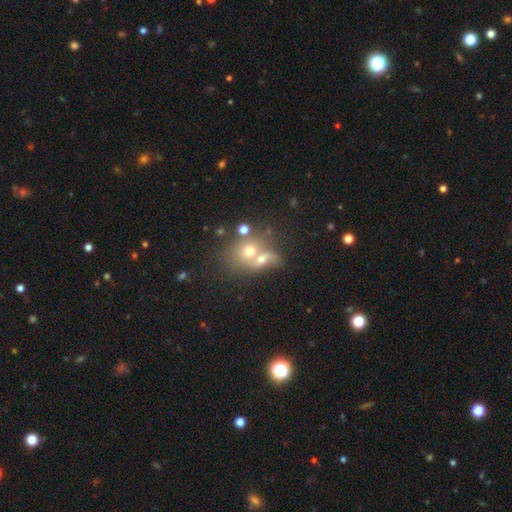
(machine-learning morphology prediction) smooth_or_featured: smooth (p=0.55) [alt: featured or disk p=0.28]
how_rounded: round (p=0.62) [alt: in between p=0.36]
merging: merger (p=0.63) [alt: none p=0.24]